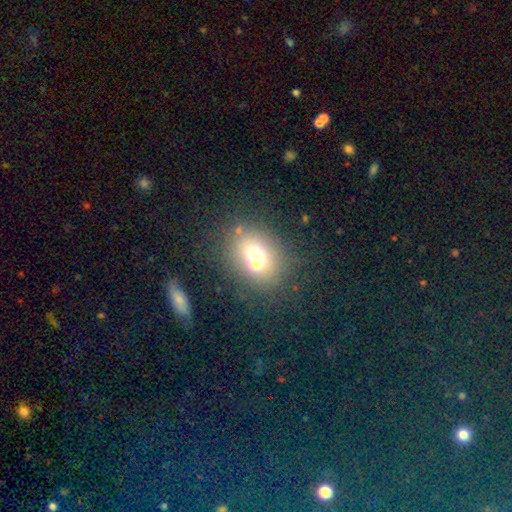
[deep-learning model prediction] Q: Smooth or featured?
A: smooth (59%); runner-up: featured or disk (24%)
Q: How rounded?
A: round (59%); runner-up: in between (40%)
Q: Merging?
A: none (44%); runner-up: merger (39%)